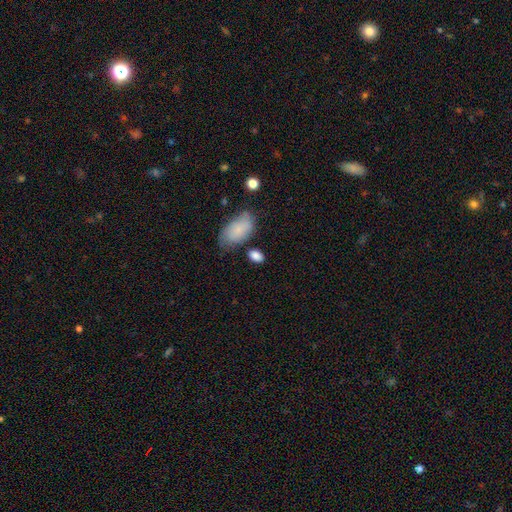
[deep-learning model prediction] This is clearly a smooth galaxy (85%). How rounded: clearly in between (86%). Merging: likely none (70%).